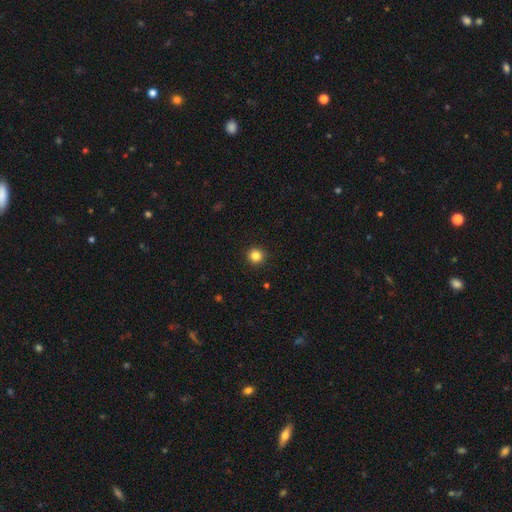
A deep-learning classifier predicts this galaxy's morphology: The model was most divided on "smooth or featured": smooth: 84%, star or artifact: 12%, featured or disk: 4%. More confident: how rounded — round (95%); merging — none (93%).